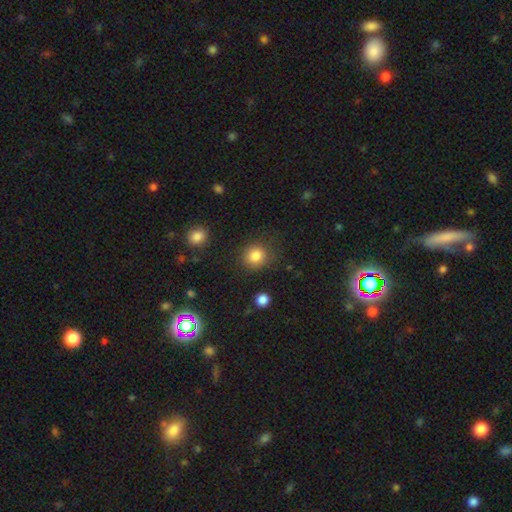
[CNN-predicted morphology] Smooth or featured? smooth (84%)
How rounded? round (84%)
Merging? none (82%)